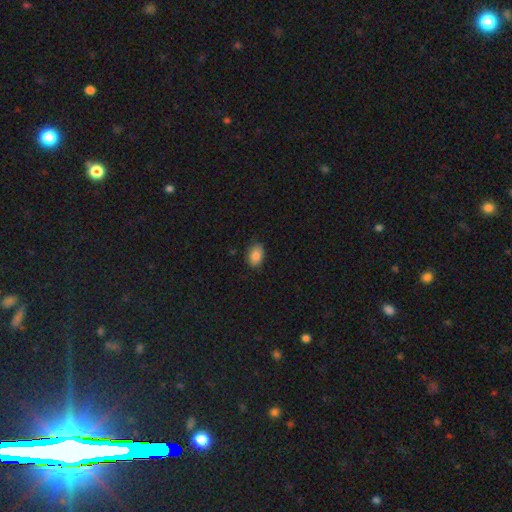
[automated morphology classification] Q: Smooth or featured?
A: smooth (87%); runner-up: star or artifact (8%)
Q: How rounded?
A: in between (84%); runner-up: round (15%)
Q: Merging?
A: none (83%); runner-up: minor disturbance (14%)